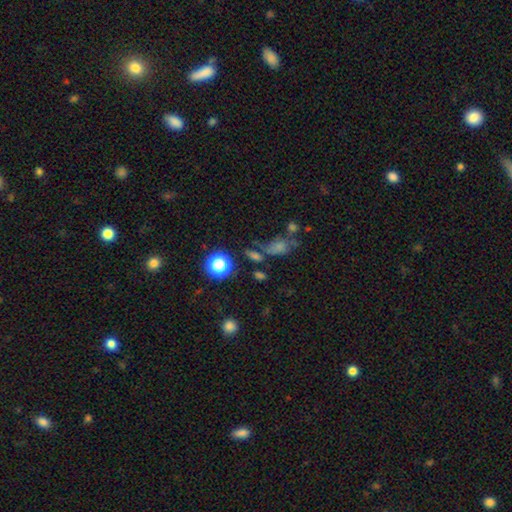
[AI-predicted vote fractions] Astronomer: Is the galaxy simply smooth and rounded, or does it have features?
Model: smooth — 53% (runner-up: star or artifact, 34%).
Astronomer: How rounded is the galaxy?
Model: round — 47% (runner-up: in between, 46%).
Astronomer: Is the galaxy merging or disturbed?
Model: none — 56%.